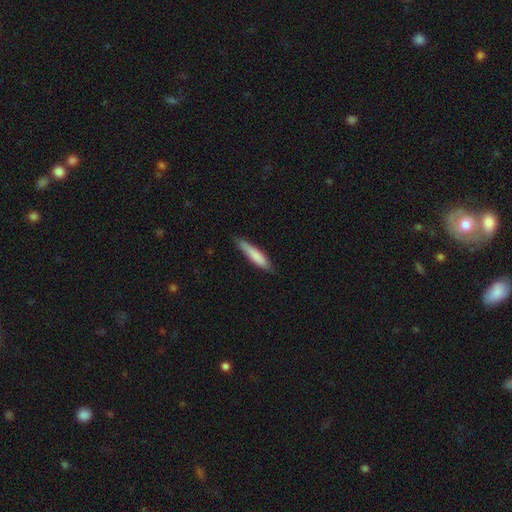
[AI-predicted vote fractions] Smooth or featured: smooth — 81% (featured or disk — 14%)
How rounded: cigar-shaped — 82% (in between — 16%)
Merging: none — 78% (minor disturbance — 18%)